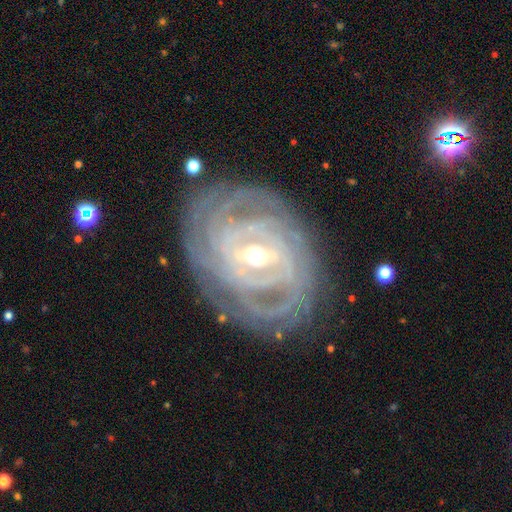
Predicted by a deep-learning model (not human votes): Smooth or featured: featured or disk — 91% (star or artifact — 5%)
Edge-on disk: no — 96% (yes — 4%)
Bar: strong — 47% (weak — 39%)
Spiral arms: yes — 97% (no — 3%)
Spiral winding: tight — 84% (medium — 14%)
Spiral arm count: 4 — 24% (tied with can't tell — 24%)
Bulge size: moderate — 54% (small — 42%)
Merging: none — 81% (minor disturbance — 13%)